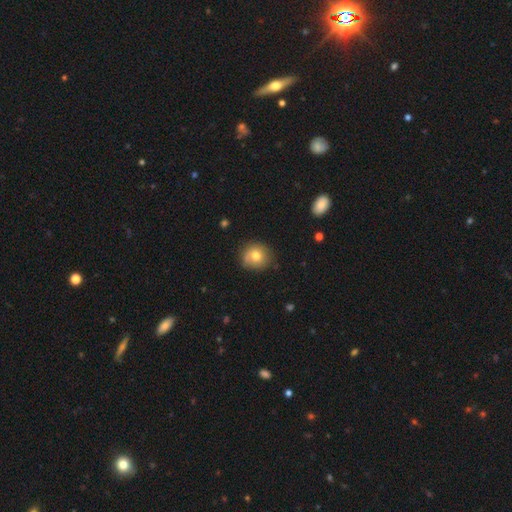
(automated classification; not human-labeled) smooth_or_featured: smooth (p=0.75) [alt: featured or disk p=0.15]
how_rounded: round (p=0.85) [alt: in between p=0.14]
merging: none (p=0.77) [alt: minor disturbance p=0.18]